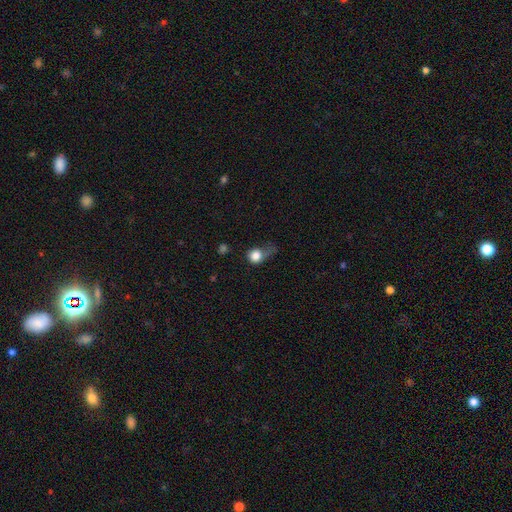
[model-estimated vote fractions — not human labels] smooth-or-featured: smooth: 79% | featured or disk: 11% | star or artifact: 10%
  how-rounded: round: 79% | in between: 20% | cigar-shaped: 1%
  merging: major disturbance: 42% | none: 27% | minor disturbance: 25% | merger: 6%